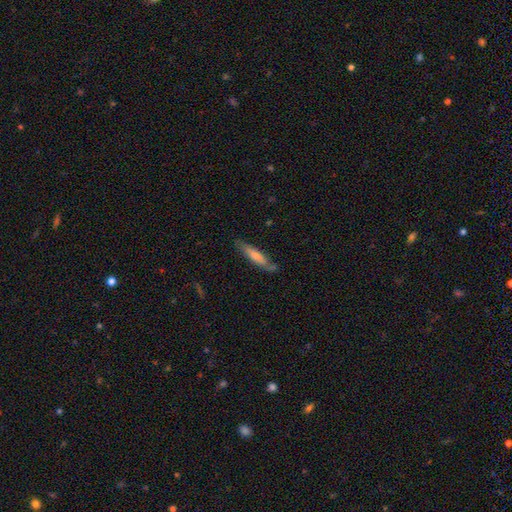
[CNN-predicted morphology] Smooth or featured: smooth — 52% (featured or disk — 41%)
How rounded: cigar-shaped — 83% (in between — 15%)
Merging: none — 75% (minor disturbance — 18%)